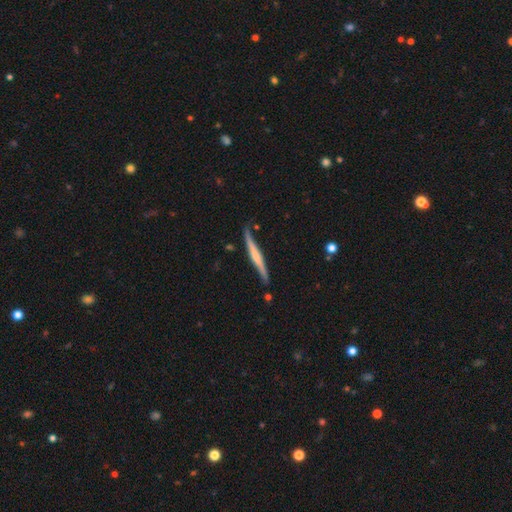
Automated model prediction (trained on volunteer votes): Morphology: type=featured or disk (62%); edge-on=yes (96%); edge-on bulge=rounded (46%); merging=none (81%).